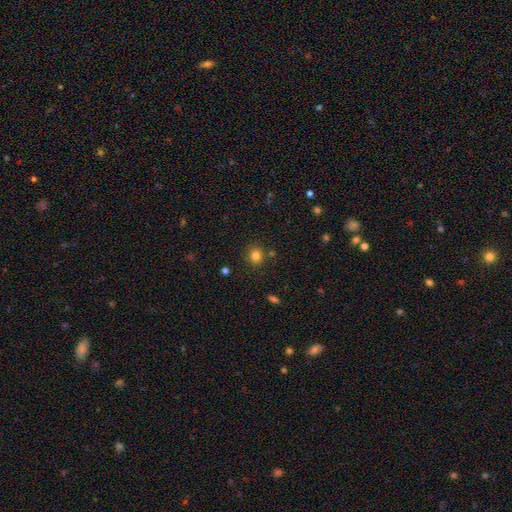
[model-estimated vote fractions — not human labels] Smooth or featured? Predicted: smooth (p=0.81). How rounded? Predicted: round (p=0.79). Merging? Predicted: none (p=0.82).